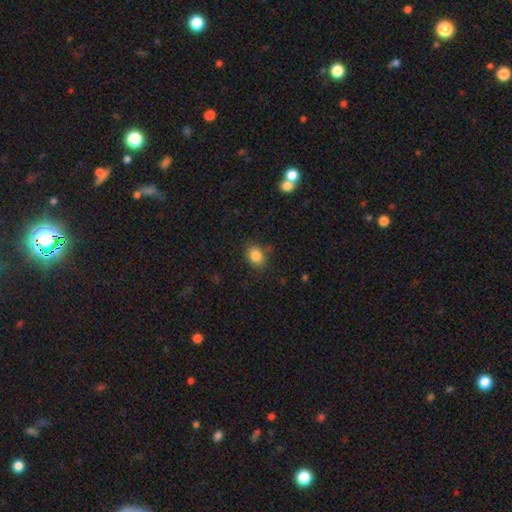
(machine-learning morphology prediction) A smooth galaxy with no disk features (84%) that is in between round and cigar-shaped (59%).

Vote fractions:
- Smooth or featured? smooth: 84% / star or artifact: 10% / featured or disk: 5%
- How rounded? in between: 59% / round: 40% / cigar-shaped: 1%
- Merging? none: 80% / minor disturbance: 13% / major disturbance: 4% / merger: 3%